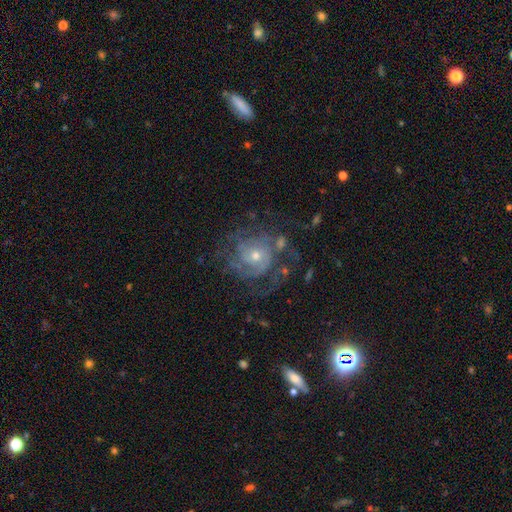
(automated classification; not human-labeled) This appears to be a featured or disk galaxy (82%) with no bar (77%), tight (59%) spiral arms (90%) and a small central bulge (54%). Merging: none (60%).